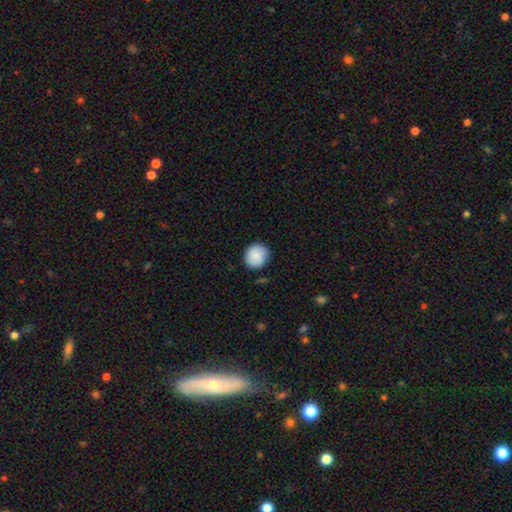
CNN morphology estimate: smooth 86%, star or artifact 7%, featured or disk 7%. Down the decision tree: how rounded — round (85%); merging — none (84%).